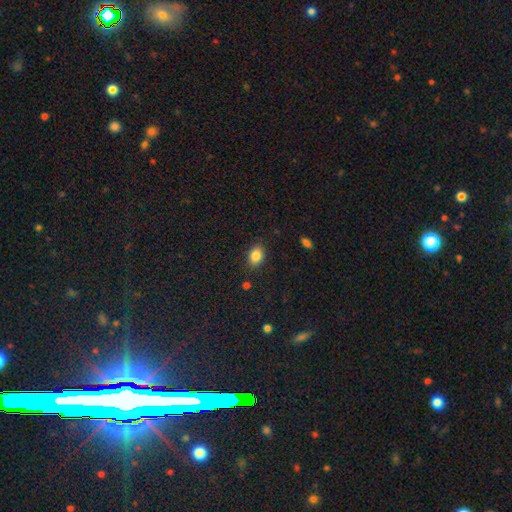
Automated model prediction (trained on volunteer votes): This appears to be a smooth galaxy with no disk features (85%) that is in between round and cigar-shaped (79%). Merging: none (86%).